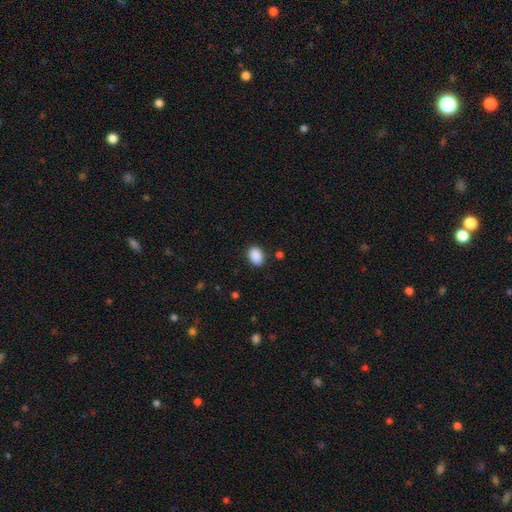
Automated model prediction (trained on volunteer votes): Overall: smooth (90%). How rounded: in between (76%). Merging: none (86%).